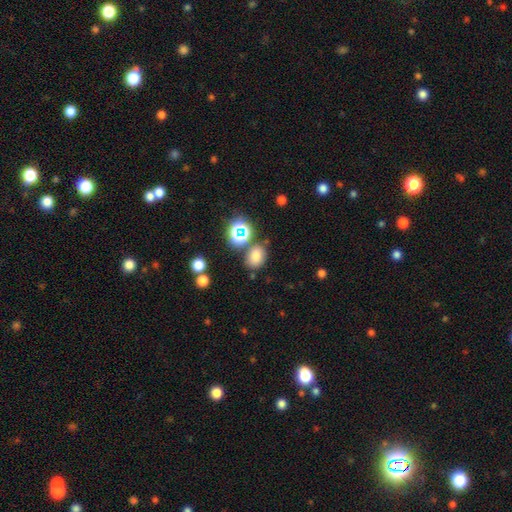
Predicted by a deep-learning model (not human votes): This appears to be a smooth galaxy with no disk features (74%) that is in between round and cigar-shaped (59%). Merging: none (72%).